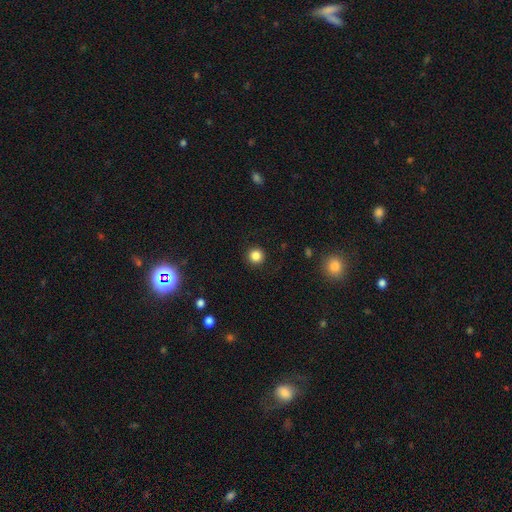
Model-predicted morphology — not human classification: Overall: smooth (85%). How rounded: round (95%). Merging: none (92%).